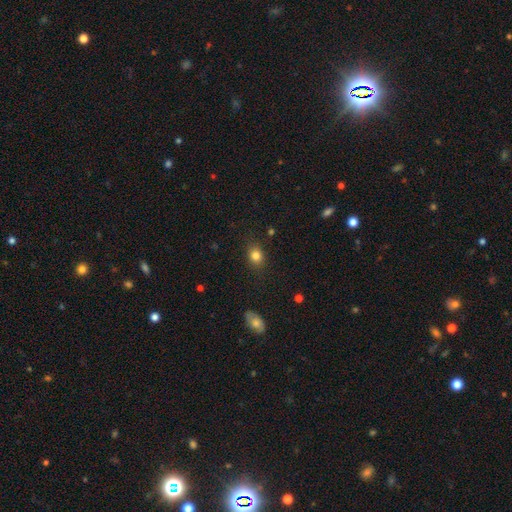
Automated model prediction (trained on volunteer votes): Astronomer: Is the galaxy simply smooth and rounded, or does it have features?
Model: smooth — 82%.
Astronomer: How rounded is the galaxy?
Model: round — 53% (runner-up: in between, 46%).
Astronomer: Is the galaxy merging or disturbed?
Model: none — 82%.